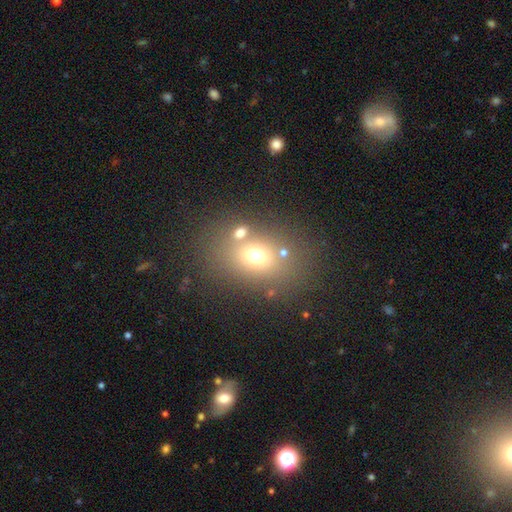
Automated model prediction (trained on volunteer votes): smooth_or_featured: smooth (p=0.65) [alt: star or artifact p=0.19]
how_rounded: in between (p=0.59) [alt: round p=0.39]
merging: none (p=0.67) [alt: merger p=0.16]